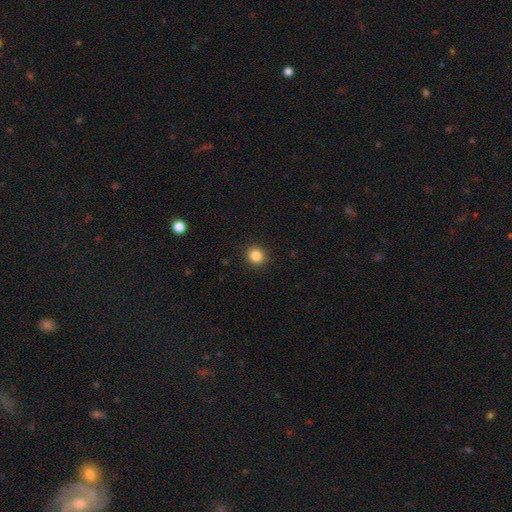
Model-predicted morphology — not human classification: Overall: smooth (85%). How rounded: round (87%). Merging: none (92%).